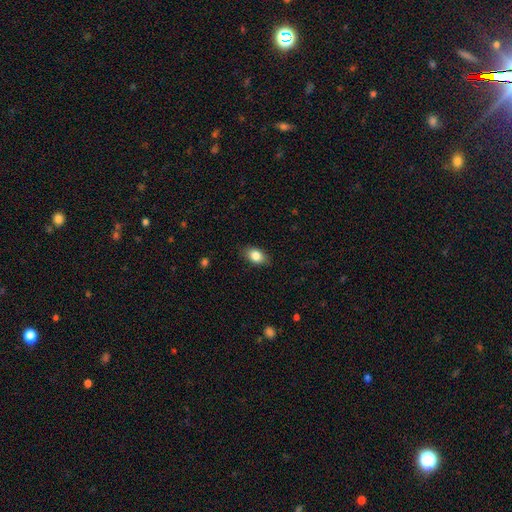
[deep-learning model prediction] A smooth galaxy with no disk features (84%) that is in between round and cigar-shaped (85%).

Vote fractions:
- Smooth or featured? smooth: 84% / featured or disk: 9% / star or artifact: 8%
- How rounded? in between: 85% / round: 13% / cigar-shaped: 2%
- Merging? none: 84% / minor disturbance: 12% / major disturbance: 3% / merger: 1%